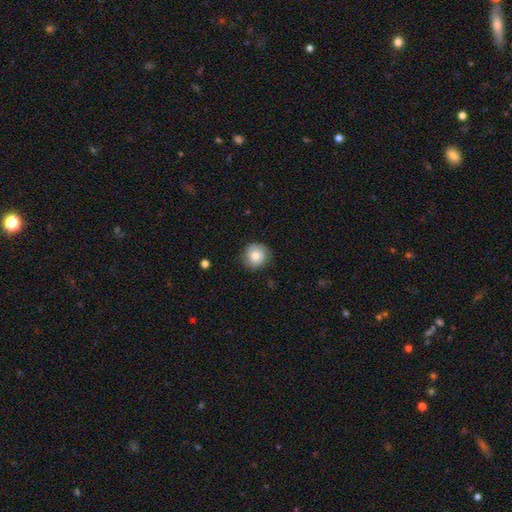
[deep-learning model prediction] This appears to be a smooth galaxy with no disk features (78%) that is round (91%). Merging: none (82%).